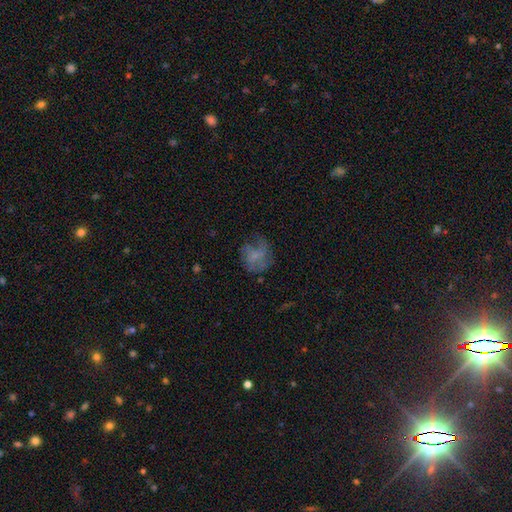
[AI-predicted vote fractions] smooth_or_featured: smooth (p=0.49) [alt: featured or disk p=0.40]
merging: none (p=0.45) [alt: major disturbance p=0.30]